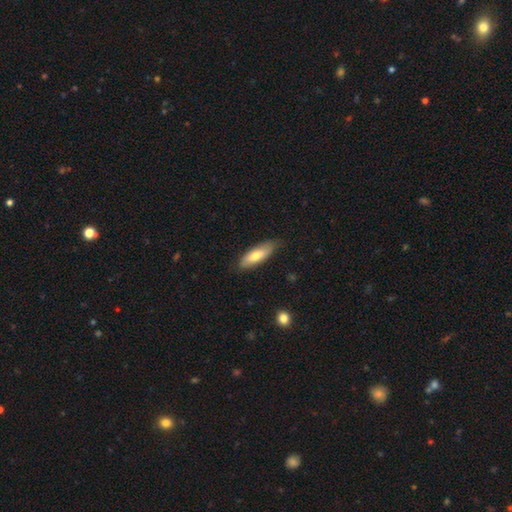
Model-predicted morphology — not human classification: Smooth or featured: smooth — 70% (featured or disk — 25%)
How rounded: in between — 62% (cigar-shaped — 36%)
Merging: none — 78% (minor disturbance — 18%)